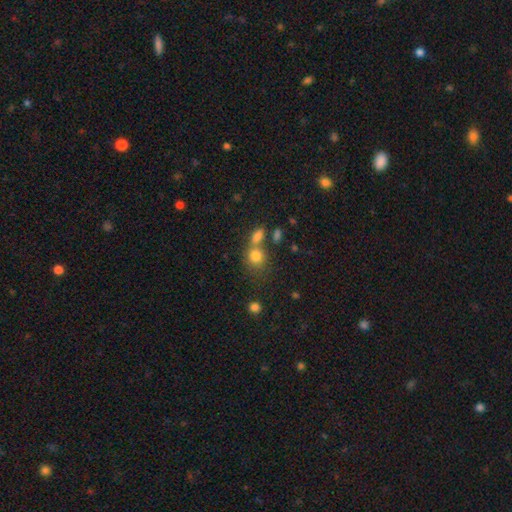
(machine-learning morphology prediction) A smooth galaxy with no disk features (78%) that is round (74%).

Vote fractions:
- Smooth or featured? smooth: 78% / star or artifact: 13% / featured or disk: 9%
- How rounded? round: 74% / in between: 25% / cigar-shaped: 1%
- Merging? none: 49% / merger: 36% / minor disturbance: 11% / major disturbance: 5%